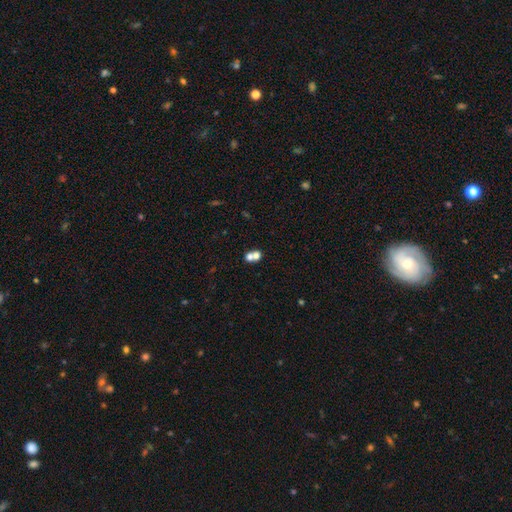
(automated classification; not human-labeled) Q: Smooth or featured?
A: smooth (66%); runner-up: star or artifact (18%)
Q: How rounded?
A: round (65%); runner-up: in between (34%)
Q: Merging?
A: merger (56%); runner-up: none (35%)